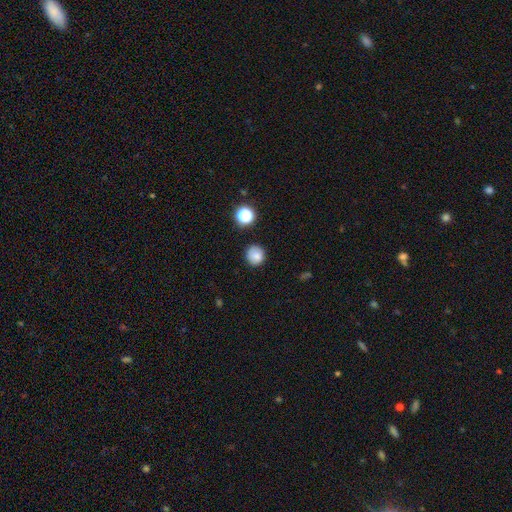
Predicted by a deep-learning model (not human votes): Q: Smooth or featured?
A: smooth (82%); runner-up: star or artifact (11%)
Q: How rounded?
A: round (91%); runner-up: in between (8%)
Q: Merging?
A: none (86%); runner-up: minor disturbance (10%)